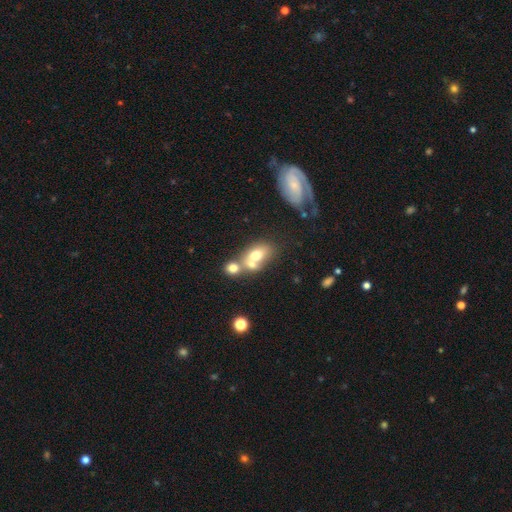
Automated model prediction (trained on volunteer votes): Q: Smooth or featured?
A: smooth (64%); runner-up: featured or disk (25%)
Q: How rounded?
A: in between (69%); runner-up: round (29%)
Q: Merging?
A: merger (59%); runner-up: none (26%)